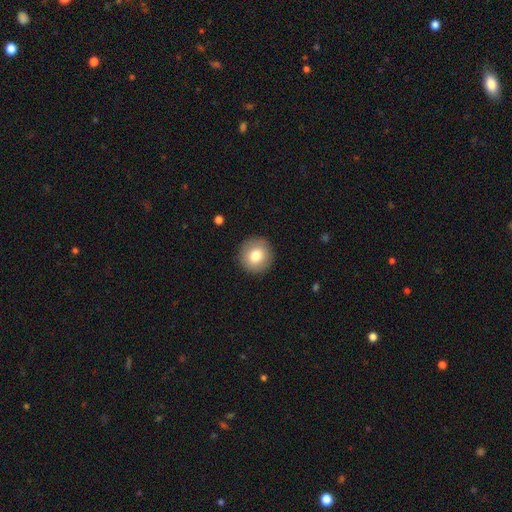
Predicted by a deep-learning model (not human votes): This is likely a smooth galaxy (79%). How rounded: clearly round (94%). Merging: clearly none (91%).